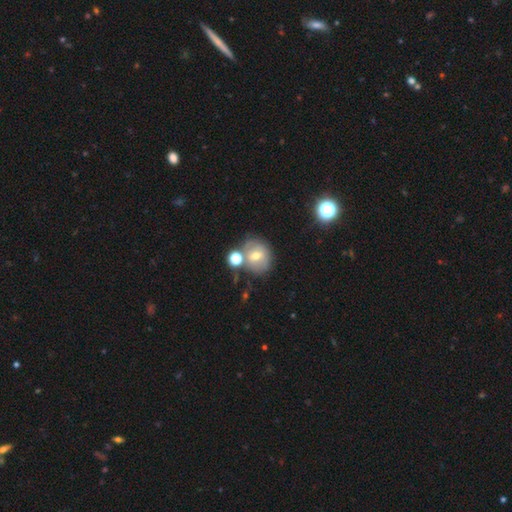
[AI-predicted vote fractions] Smooth or featured? smooth (51%)
How rounded? round (74%)
Merging? none (56%)